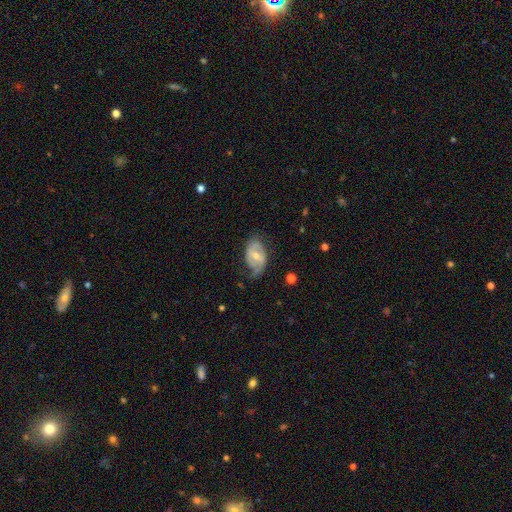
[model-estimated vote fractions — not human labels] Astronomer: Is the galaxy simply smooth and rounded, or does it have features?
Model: featured or disk — 70%.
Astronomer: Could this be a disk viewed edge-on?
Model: no — 95%.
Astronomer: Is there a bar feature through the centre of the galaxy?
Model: weak — 49% (runner-up: no, 26%).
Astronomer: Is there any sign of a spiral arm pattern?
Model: yes — 79%.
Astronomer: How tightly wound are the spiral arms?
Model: medium — 41% (runner-up: loose, 31%).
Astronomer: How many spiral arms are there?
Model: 2 — 65%.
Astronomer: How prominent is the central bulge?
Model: moderate — 54% (runner-up: small, 42%).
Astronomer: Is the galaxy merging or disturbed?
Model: none — 51% (runner-up: minor disturbance, 31%).